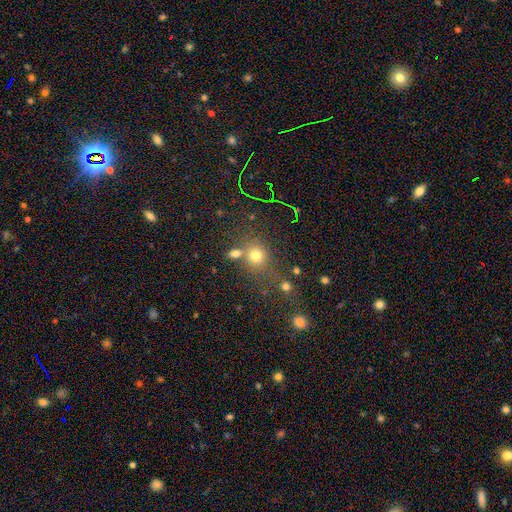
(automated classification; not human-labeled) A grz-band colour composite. It shows a smooth galaxy with no disk features (70%) that is round (75%). Merging: none (60%).